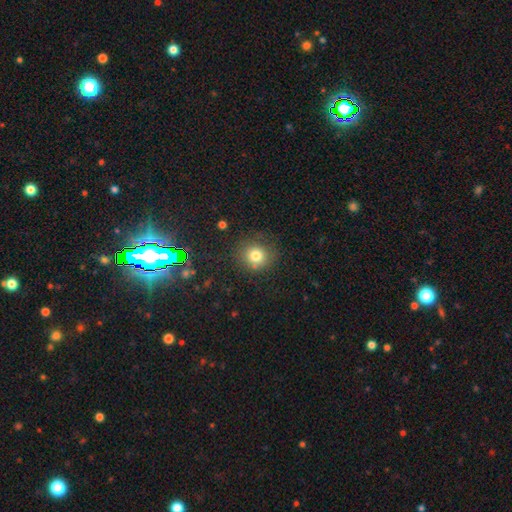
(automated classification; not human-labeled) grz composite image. It shows a smooth galaxy with no disk features (78%) that is round (87%). Merging: none (81%).